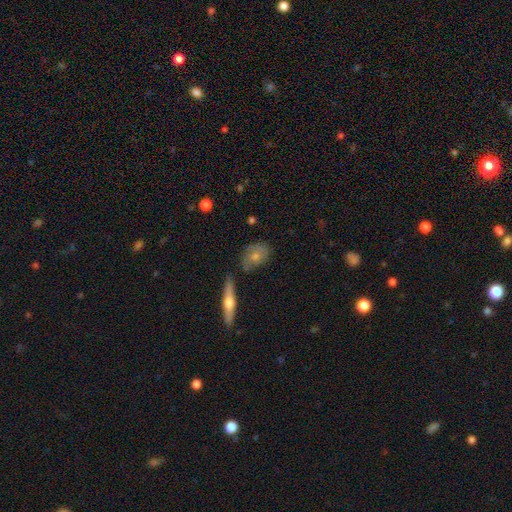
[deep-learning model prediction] The model was most divided on "smooth or featured": smooth: 55%, featured or disk: 37%, star or artifact: 7%. More confident: how rounded — in between (75%); merging — none (65%).